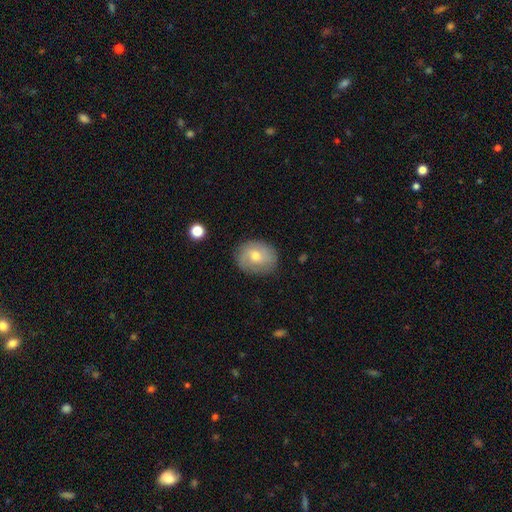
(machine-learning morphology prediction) Q: Smooth or featured?
A: smooth (56%); runner-up: featured or disk (35%)
Q: How rounded?
A: round (62%); runner-up: in between (37%)
Q: Merging?
A: none (81%); runner-up: minor disturbance (14%)